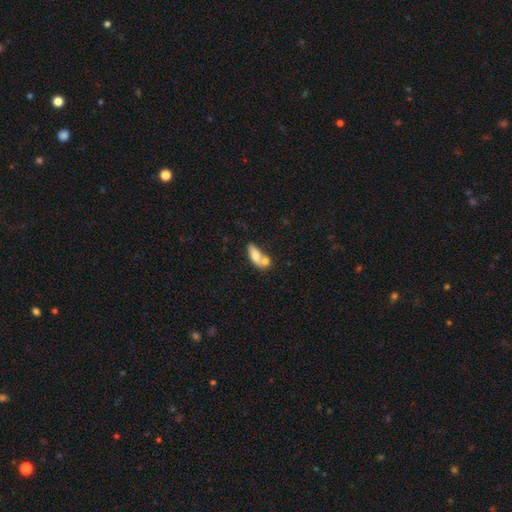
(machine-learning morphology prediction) smooth 69%, featured or disk 24%, star or artifact 7%. Down the decision tree: how rounded — in between (74%); merging — merger (50%).